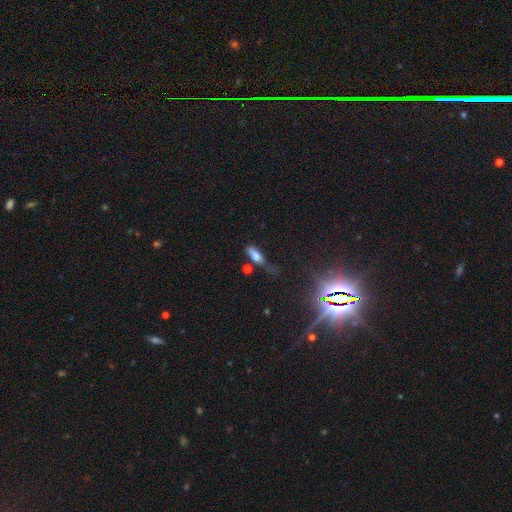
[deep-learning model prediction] This is likely a smooth galaxy (71%). How rounded: likely in between (62%). Merging: marginally none (34%).